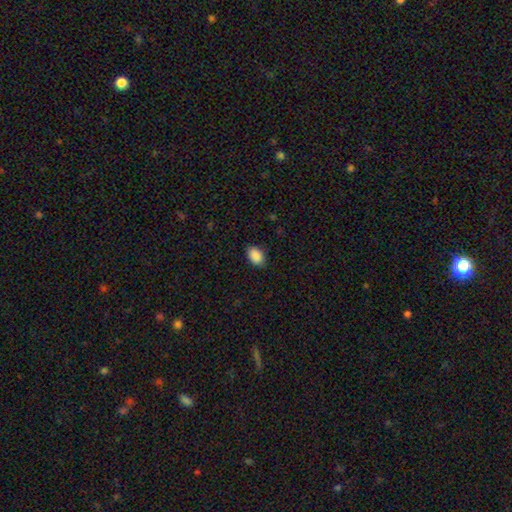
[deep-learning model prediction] smooth_or_featured: smooth (p=0.90) [alt: star or artifact p=0.07]
how_rounded: in between (p=0.89) [alt: round p=0.09]
merging: none (p=0.87) [alt: minor disturbance p=0.10]